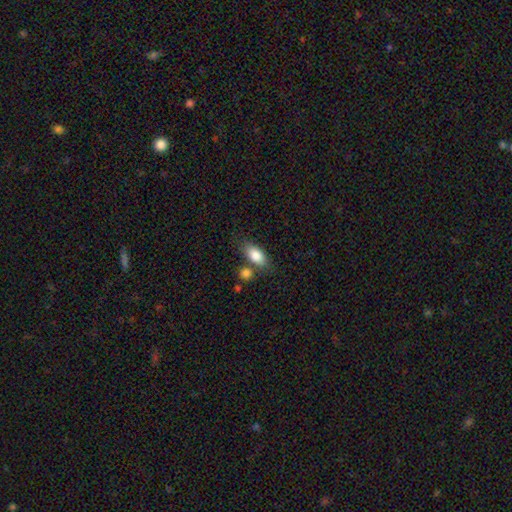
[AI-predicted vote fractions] smooth_or_featured: smooth (p=0.83) [alt: featured or disk p=0.10]
how_rounded: in between (p=0.86) [alt: cigar-shaped p=0.08]
merging: none (p=0.65) [alt: merger p=0.17]